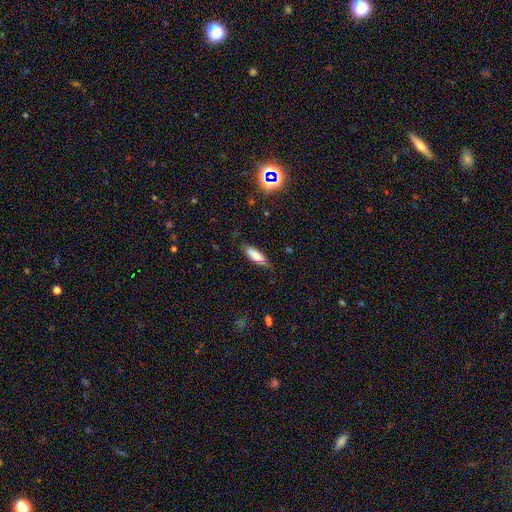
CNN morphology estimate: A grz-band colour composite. It shows a smooth galaxy with no disk features (73%) that is in between round and cigar-shaped (55%). Merging: none (74%).